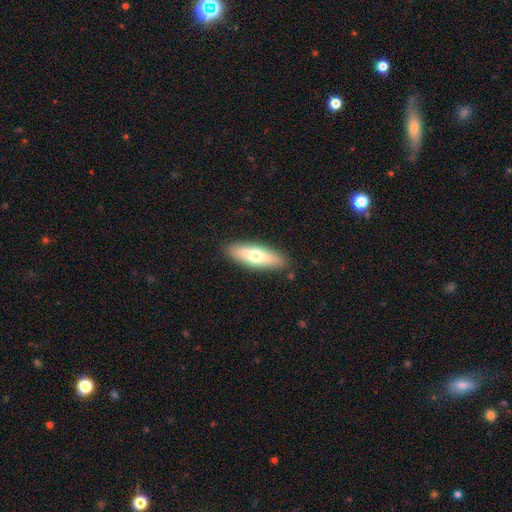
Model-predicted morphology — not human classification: A smooth galaxy with no disk features (60%) that is in between round and cigar-shaped (56%). Merging: none (84%).